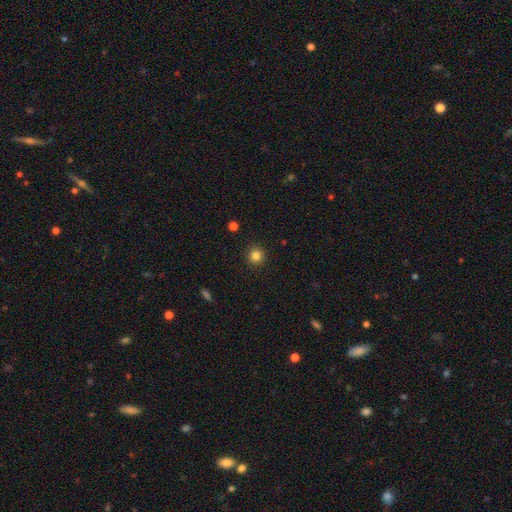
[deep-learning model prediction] The model was most divided on "smooth or featured": smooth: 83%, star or artifact: 12%, featured or disk: 5%. More confident: how rounded — round (93%); merging — none (92%).